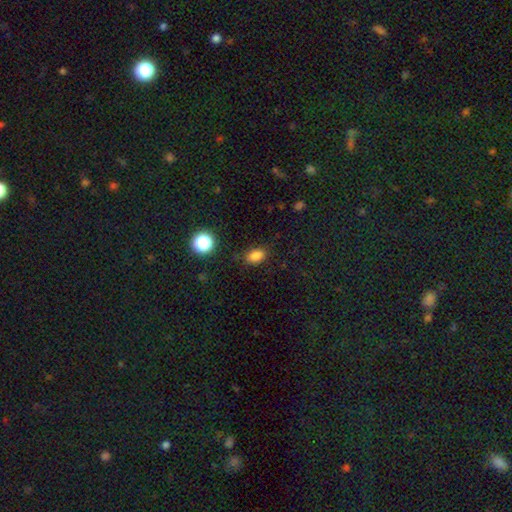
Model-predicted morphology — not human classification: type=smooth (82%); roundness=in between (81%); merging=none (83%).